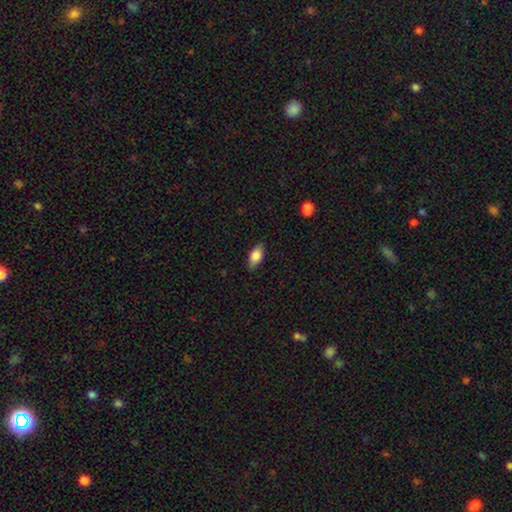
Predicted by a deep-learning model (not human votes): A smooth galaxy with no disk features (83%) that is in between round and cigar-shaped (88%).

Vote fractions:
- Smooth or featured? smooth: 83% / featured or disk: 10% / star or artifact: 7%
- How rounded? in between: 88% / cigar-shaped: 6% / round: 5%
- Merging? none: 81% / minor disturbance: 15% / major disturbance: 3% / merger: 1%